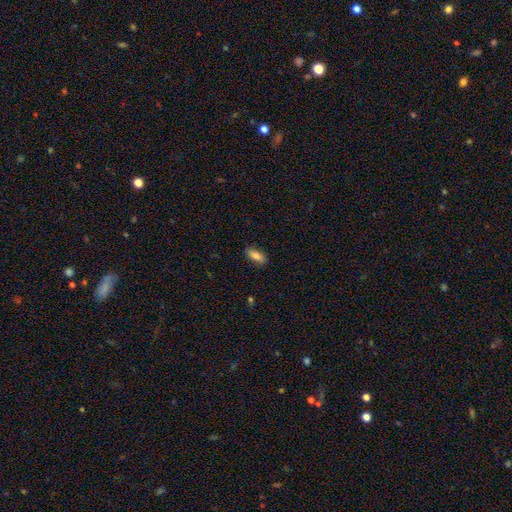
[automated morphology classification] smooth-or-featured: smooth: 84% | featured or disk: 9% | star or artifact: 7%
  how-rounded: in between: 79% | cigar-shaped: 19% | round: 2%
  merging: none: 86% | minor disturbance: 11% | major disturbance: 2% | merger: 1%